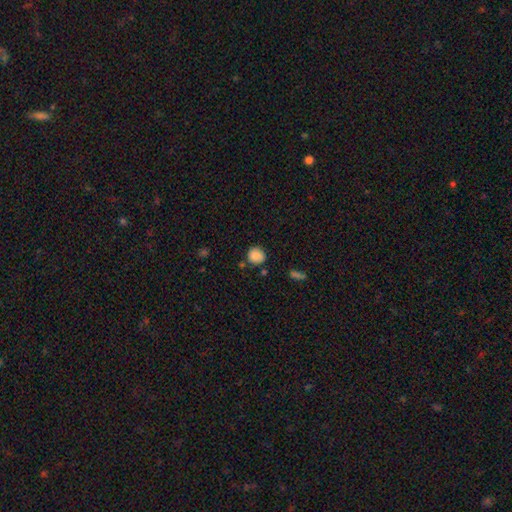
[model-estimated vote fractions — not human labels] smooth_or_featured: smooth (p=0.86) [alt: star or artifact p=0.09]
how_rounded: round (p=0.87) [alt: in between p=0.12]
merging: none (p=0.76) [alt: minor disturbance p=0.16]